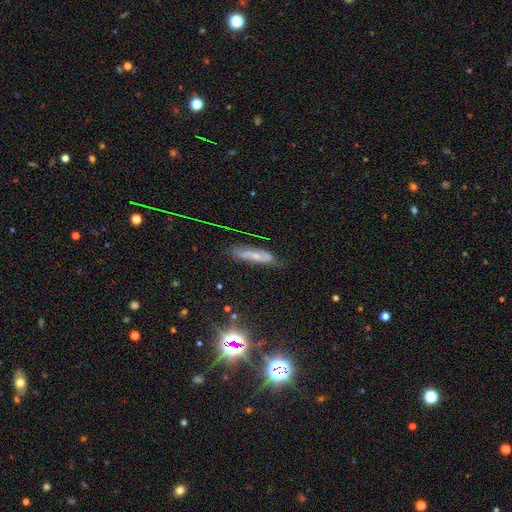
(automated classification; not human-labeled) Smooth or featured: featured or disk — 49% (smooth — 34%)
Merging: none — 64% (minor disturbance — 24%)